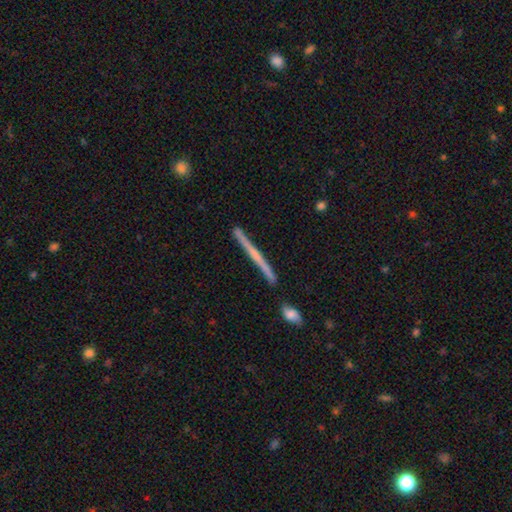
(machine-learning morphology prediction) type=featured or disk (61%); edge-on=yes (98%); edge-on bulge=none (66%); merging=none (88%).